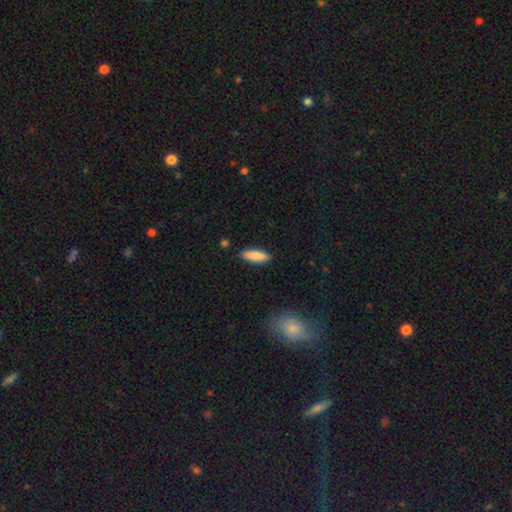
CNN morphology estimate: type=smooth (84%); roundness=in between (52%); merging=none (87%).